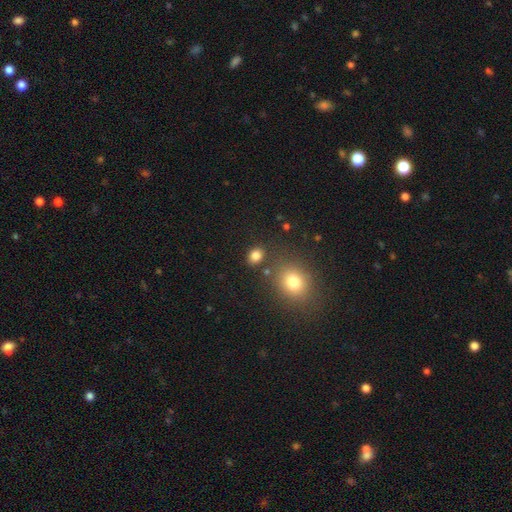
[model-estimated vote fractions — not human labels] The model was most divided on "how rounded": in between: 53%, round: 46%, cigar-shaped: 1%. More confident: smooth or featured — smooth (82%); merging — none (80%).